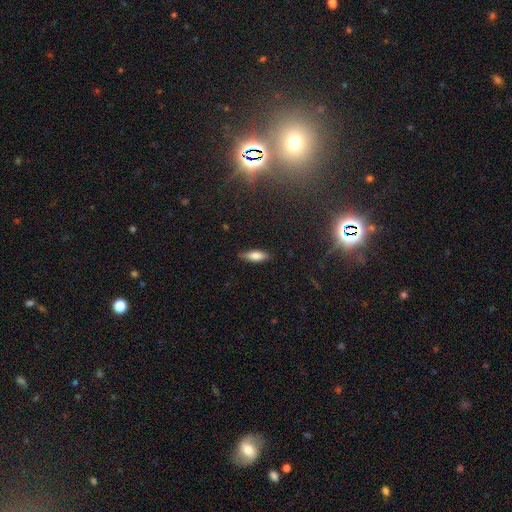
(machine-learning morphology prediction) Overall: smooth (78%). How rounded: in between (57%; cigar-shaped 41%). Merging: none (84%).